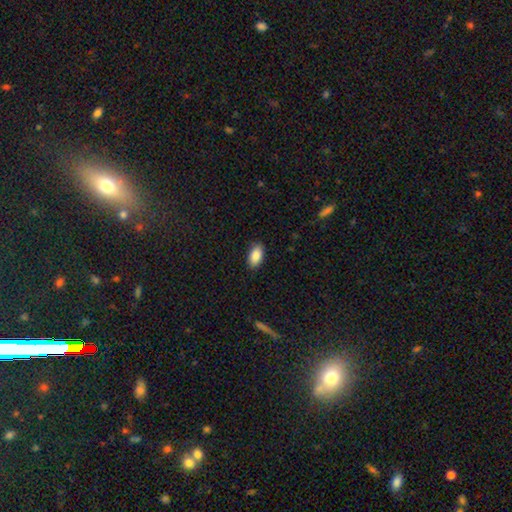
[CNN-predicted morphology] Smooth or featured? smooth (89%)
How rounded? in between (93%)
Merging? none (88%)